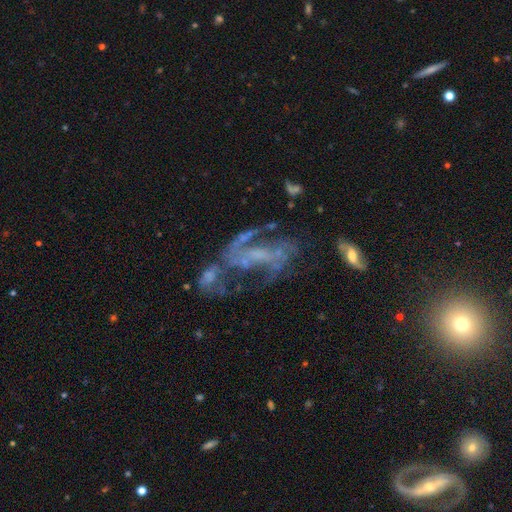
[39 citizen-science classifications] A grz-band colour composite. It shows a featured or disk galaxy (92%) with a weak bar (57%), 2 (82%) loose (55%) spiral arms (94%) and a small central bulge (49%). Merging: major disturbance (39%).